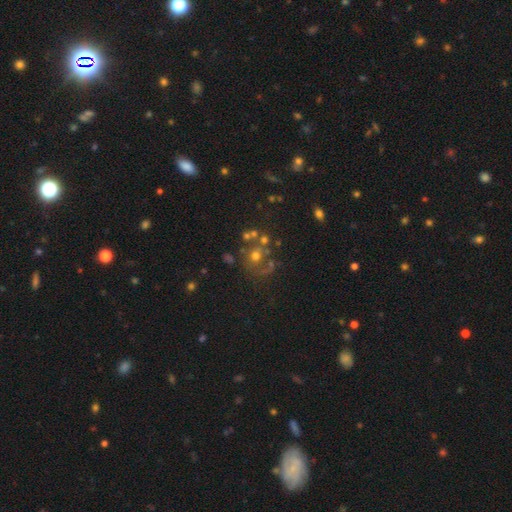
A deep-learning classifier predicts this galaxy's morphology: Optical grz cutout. It shows a smooth galaxy with no disk features (41%). Merging: none (54%).